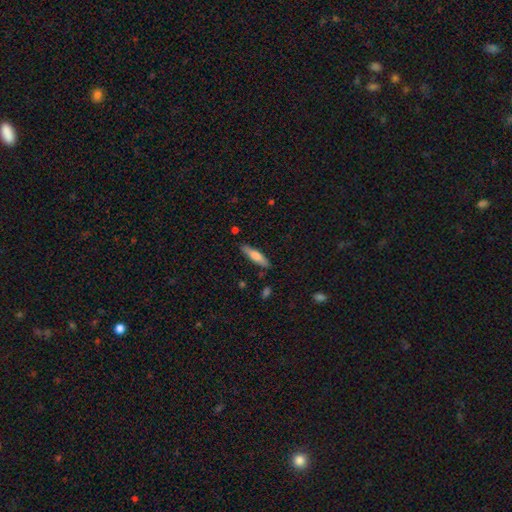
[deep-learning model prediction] smooth-or-featured: smooth: 68% | featured or disk: 26% | star or artifact: 6%
  how-rounded: cigar-shaped: 77% | in between: 22% | round: 2%
  merging: none: 85% | minor disturbance: 11% | major disturbance: 2% | merger: 2%